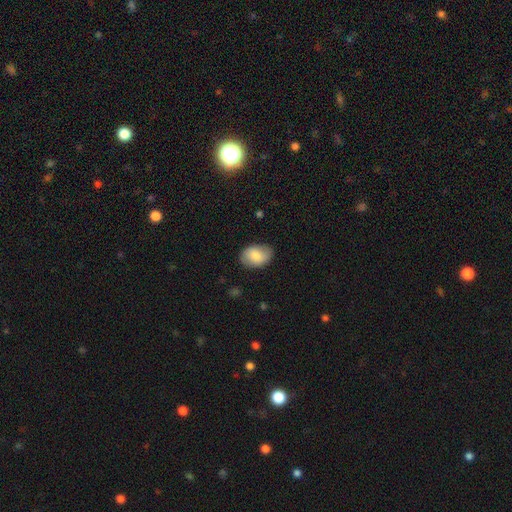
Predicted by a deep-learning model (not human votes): Q: Smooth or featured?
A: smooth (77%); runner-up: featured or disk (17%)
Q: How rounded?
A: in between (85%); runner-up: round (13%)
Q: Merging?
A: none (81%); runner-up: minor disturbance (14%)